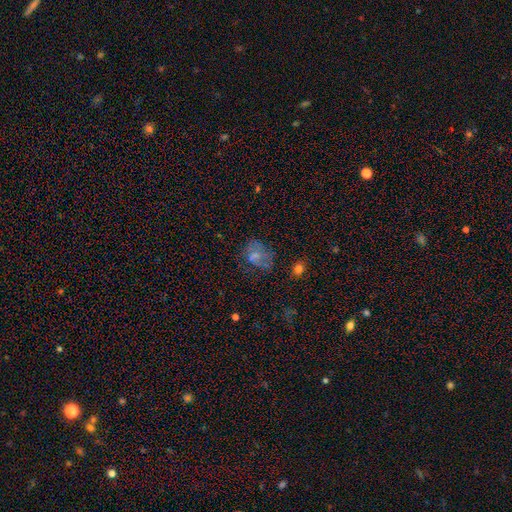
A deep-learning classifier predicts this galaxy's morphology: Q: Smooth or featured?
A: smooth (53%); runner-up: featured or disk (31%)
Q: How rounded?
A: in between (59%); runner-up: round (40%)
Q: Merging?
A: none (50%); runner-up: minor disturbance (24%)